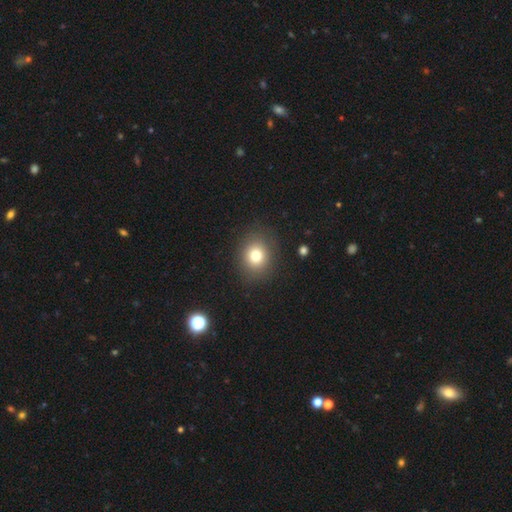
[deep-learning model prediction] Smooth or featured?
  - smooth: 77% *
  - star or artifact: 13%
  - featured or disk: 10%
How rounded?
  - round: 69% *
  - in between: 30%
  - cigar-shaped: 1%
Merging?
  - none: 86% *
  - minor disturbance: 9%
  - major disturbance: 4%
  - merger: 1%